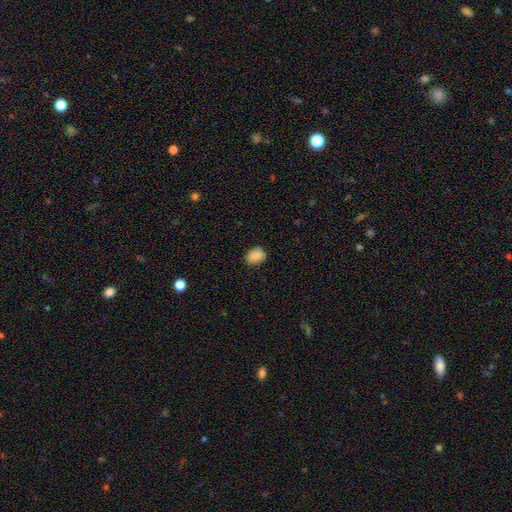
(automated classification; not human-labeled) smooth 86%, star or artifact 8%, featured or disk 5%. Down the decision tree: how rounded — in between (59%); merging — none (79%).